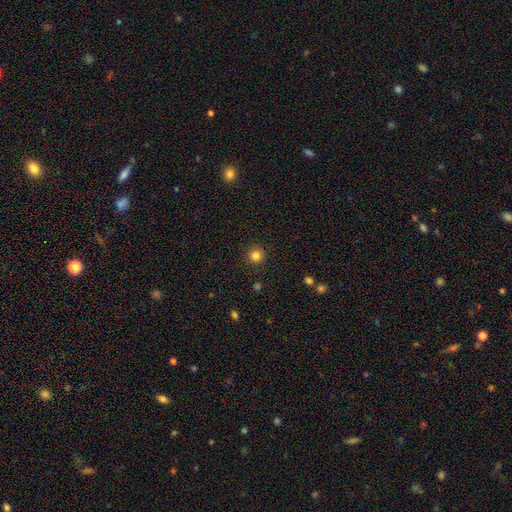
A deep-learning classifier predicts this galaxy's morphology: Smooth or featured: smooth — 82% (star or artifact — 13%)
How rounded: round — 95% (in between — 4%)
Merging: none — 92% (minor disturbance — 5%)